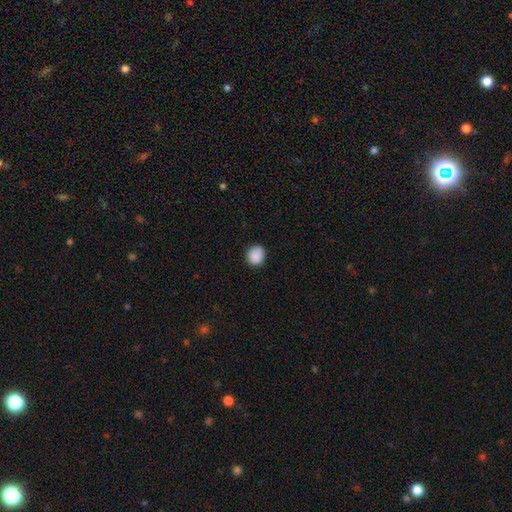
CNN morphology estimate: A smooth galaxy with no disk features (89%) that is round (85%). Merging: none (83%).